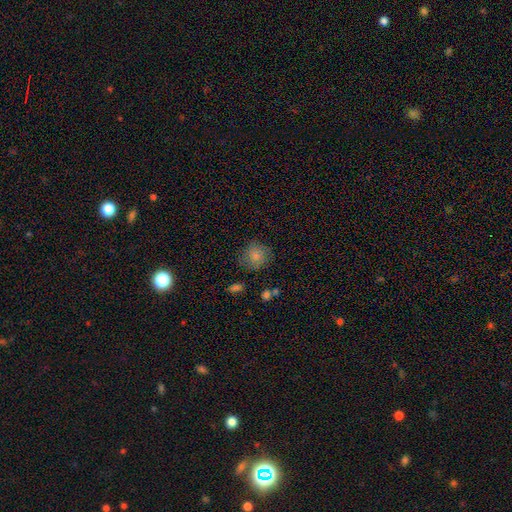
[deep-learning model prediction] This is clearly a smooth galaxy (81%). How rounded: clearly round (85%). Merging: likely none (74%).